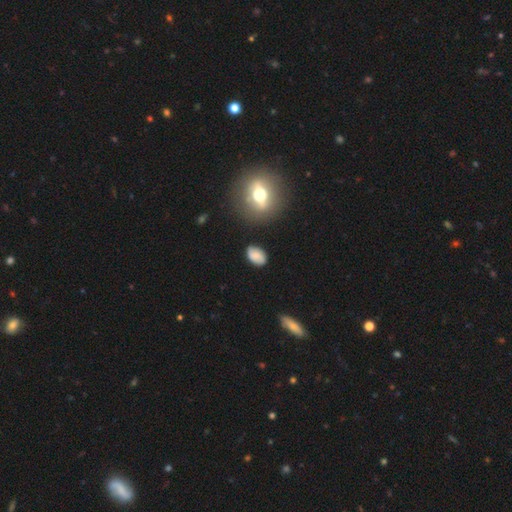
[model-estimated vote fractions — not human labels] Smooth or featured? Predicted: smooth (p=0.69). How rounded? Predicted: in between (p=0.87). Merging? Predicted: none (p=0.77).